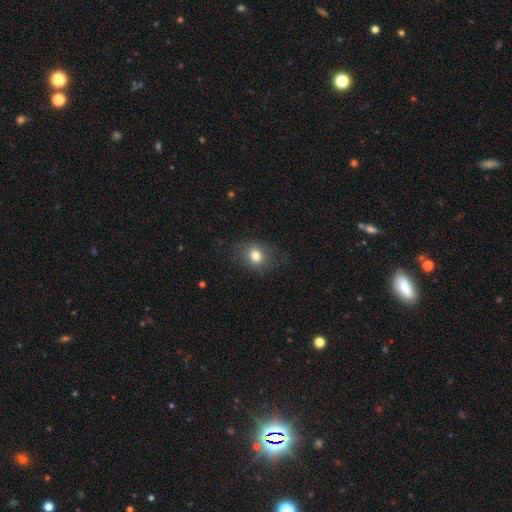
A smooth galaxy with no disk features (63%) that is round (62%).

Vote fractions:
- Smooth or featured? smooth: 63% / featured or disk: 26% / star or artifact: 11%
- How rounded? round: 62% / in between: 38% / cigar-shaped: 0%
- Merging? none: 85% / minor disturbance: 9% / major disturbance: 3% / merger: 3%